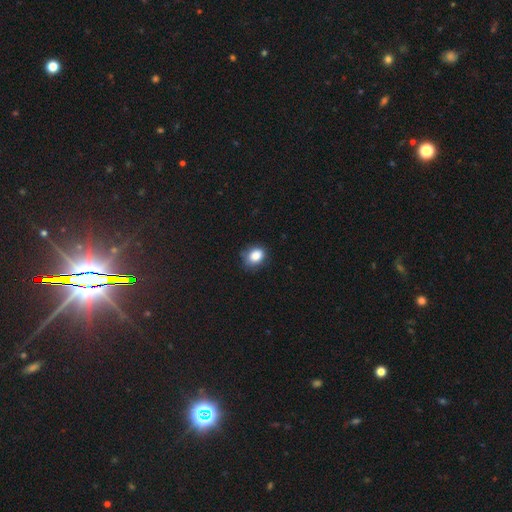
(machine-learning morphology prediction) Q: Smooth or featured?
A: smooth (86%); runner-up: star or artifact (9%)
Q: How rounded?
A: in between (52%); runner-up: round (47%)
Q: Merging?
A: none (68%); runner-up: minor disturbance (25%)